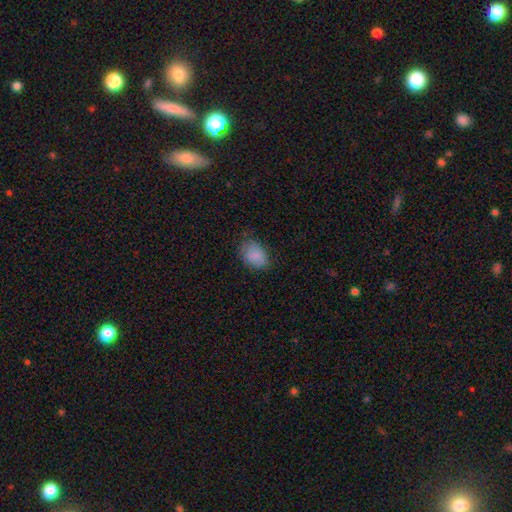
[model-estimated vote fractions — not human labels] The model was most divided on "how rounded": in between: 73%, round: 26%, cigar-shaped: 1%. More confident: smooth or featured — smooth (86%); merging — none (71%).